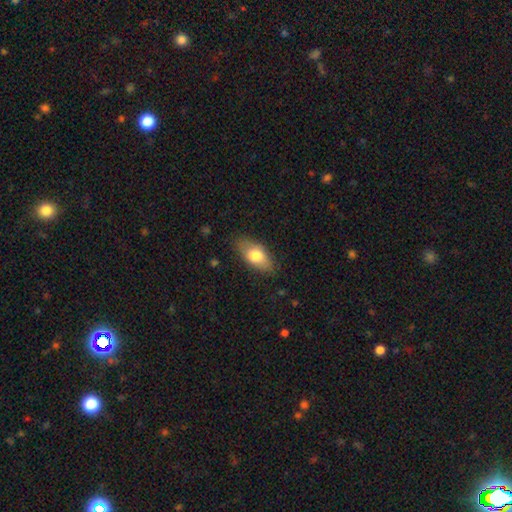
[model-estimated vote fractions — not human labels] Smooth or featured?
  - smooth: 75% *
  - featured or disk: 18%
  - star or artifact: 7%
How rounded?
  - in between: 86% *
  - cigar-shaped: 9%
  - round: 5%
Merging?
  - none: 81% *
  - minor disturbance: 15%
  - major disturbance: 3%
  - merger: 1%